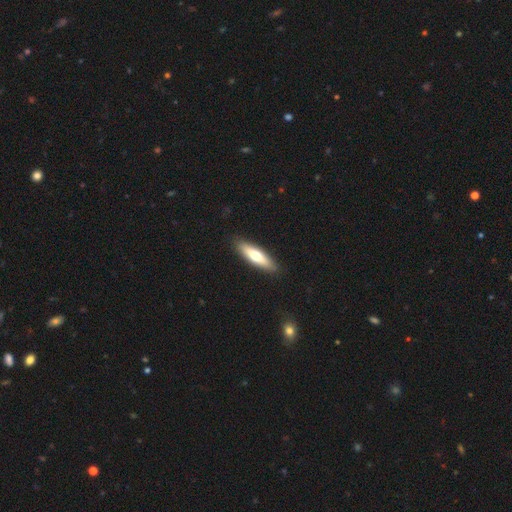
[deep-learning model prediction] Smooth or featured? Predicted: smooth (p=0.64). How rounded? Predicted: cigar-shaped (p=0.64). Merging? Predicted: none (p=0.90).